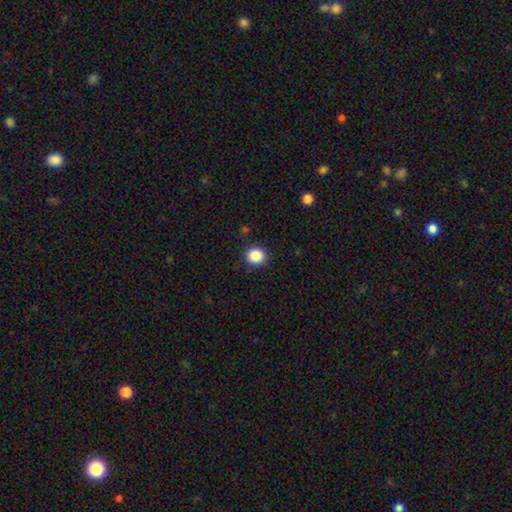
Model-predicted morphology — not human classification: type=smooth (87%); roundness=round (79%); merging=none (89%).